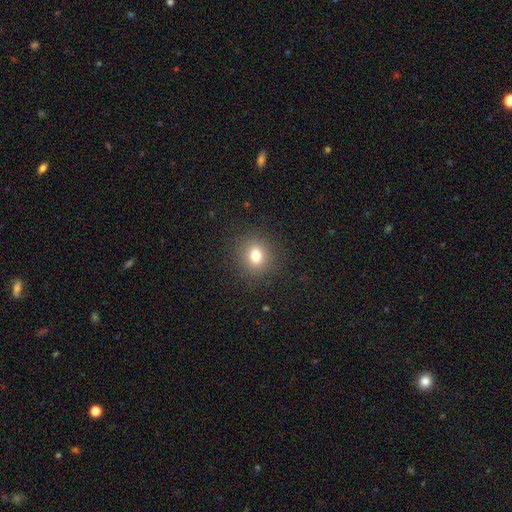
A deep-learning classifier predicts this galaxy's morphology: This is likely a smooth galaxy (77%). How rounded: likely round (73%). Merging: clearly none (89%).